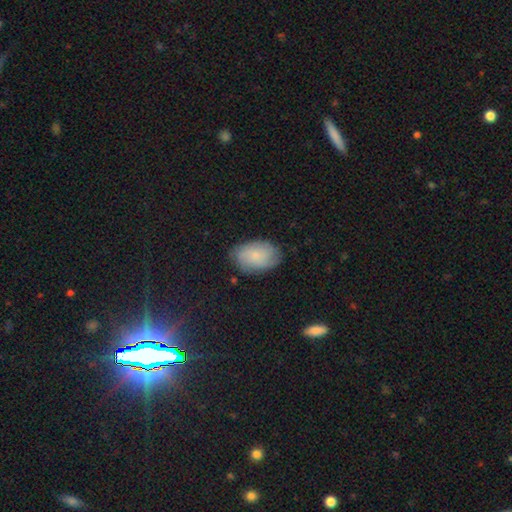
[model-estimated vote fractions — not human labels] A smooth galaxy with no disk features (67%) that is in between round and cigar-shaped (88%).

Vote fractions:
- Smooth or featured? smooth: 67% / featured or disk: 24% / star or artifact: 9%
- How rounded? in between: 88% / round: 10% / cigar-shaped: 1%
- Merging? none: 77% / minor disturbance: 18% / major disturbance: 4% / merger: 1%